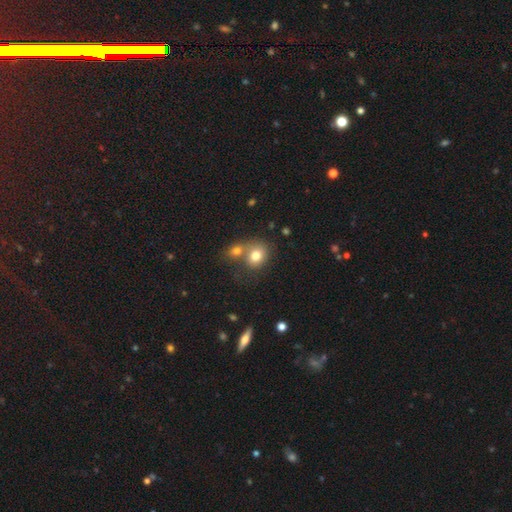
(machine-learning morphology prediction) Smooth or featured: smooth — 77% (featured or disk — 12%)
How rounded: round — 63% (in between — 36%)
Merging: merger — 49% (none — 38%)